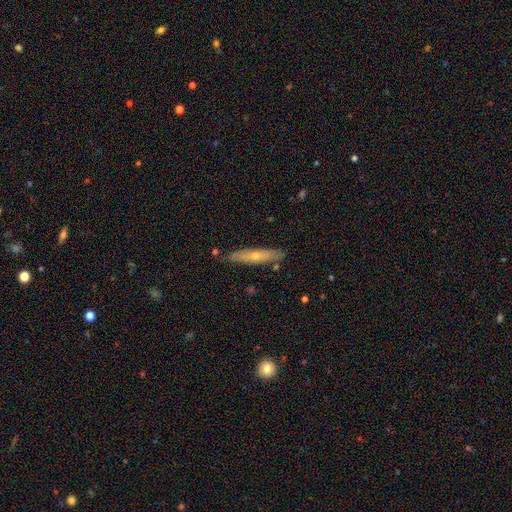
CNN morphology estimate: type=featured or disk (52%); edge-on=yes (77%); merging=none (85%).